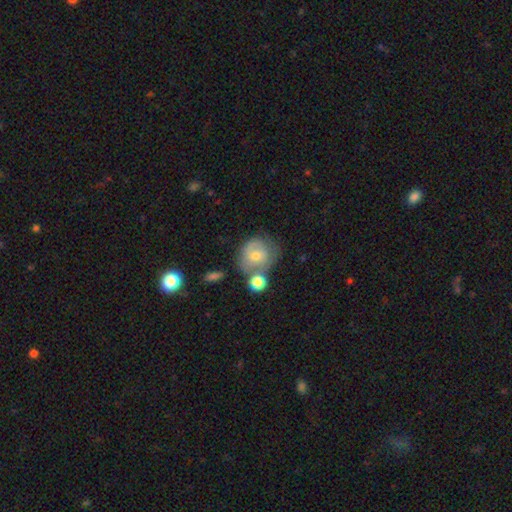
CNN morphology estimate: smooth_or_featured: smooth (p=0.56) [alt: featured or disk p=0.35]
how_rounded: round (p=0.78) [alt: in between p=0.21]
merging: none (p=0.44) [alt: merger p=0.24]